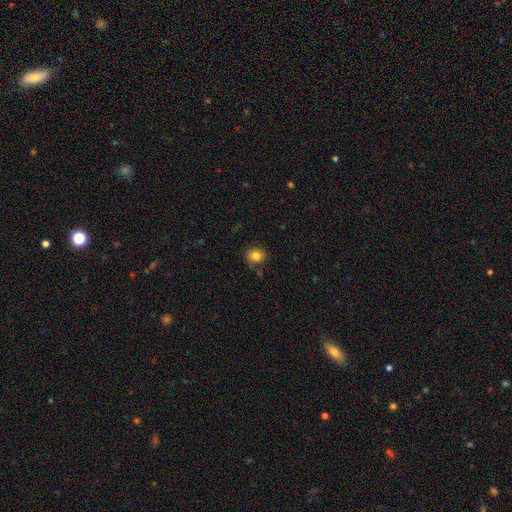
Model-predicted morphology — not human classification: Smooth or featured?
  - smooth: 82% *
  - star or artifact: 11%
  - featured or disk: 7%
How rounded?
  - round: 76% *
  - in between: 23%
  - cigar-shaped: 1%
Merging?
  - none: 77% *
  - minor disturbance: 15%
  - major disturbance: 4%
  - merger: 3%